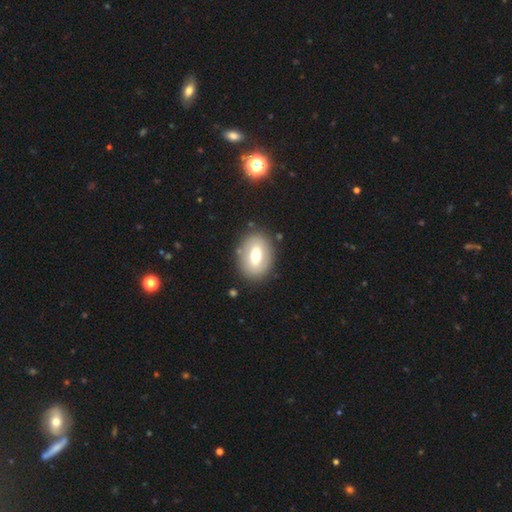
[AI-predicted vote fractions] The model was most divided on "smooth or featured": smooth: 62%, featured or disk: 31%, star or artifact: 7%. More confident: merging — none (84%); how rounded — in between (75%).